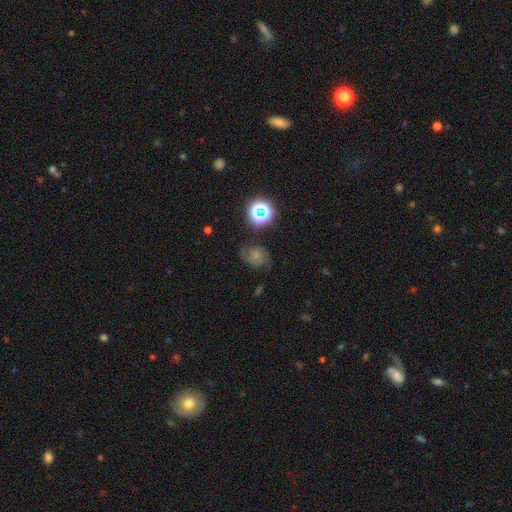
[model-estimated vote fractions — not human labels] A smooth galaxy with no disk features (50%).

Vote fractions:
- Smooth or featured? smooth: 50% / featured or disk: 29% / star or artifact: 21%
- Merging? none: 61% / minor disturbance: 25% / major disturbance: 11% / merger: 3%